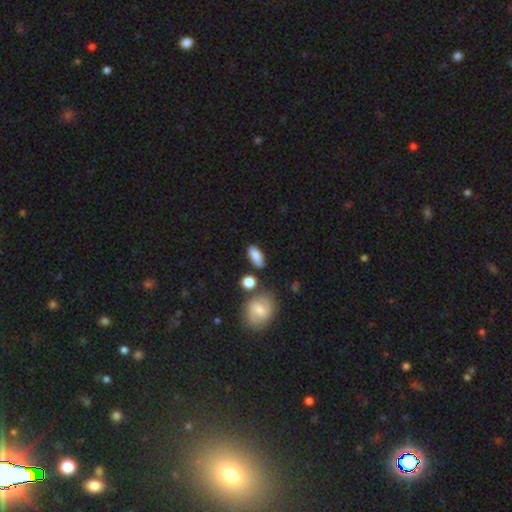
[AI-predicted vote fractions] Q: Smooth or featured?
A: smooth (80%); runner-up: featured or disk (13%)
Q: How rounded?
A: in between (73%); runner-up: cigar-shaped (20%)
Q: Merging?
A: none (77%); runner-up: minor disturbance (14%)